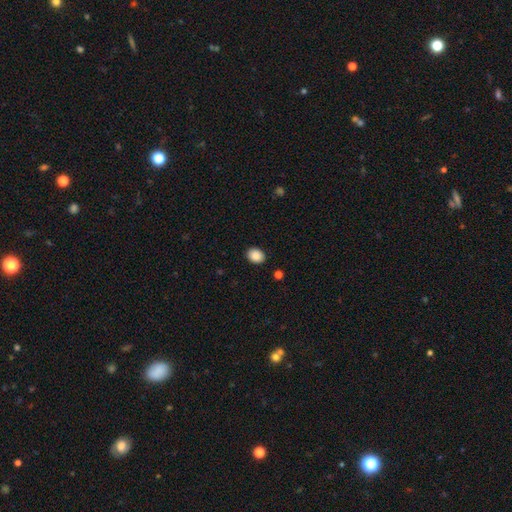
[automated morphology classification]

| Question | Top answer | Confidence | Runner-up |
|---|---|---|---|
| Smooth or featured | smooth | 89% | star or artifact (8%) |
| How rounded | in between | 60% | round (39%) |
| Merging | none | 89% | minor disturbance (8%) |